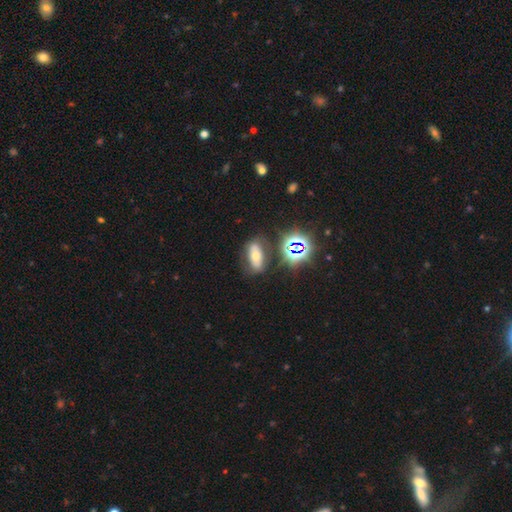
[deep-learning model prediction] Morphology: type=smooth (44%); merging=none (72%).